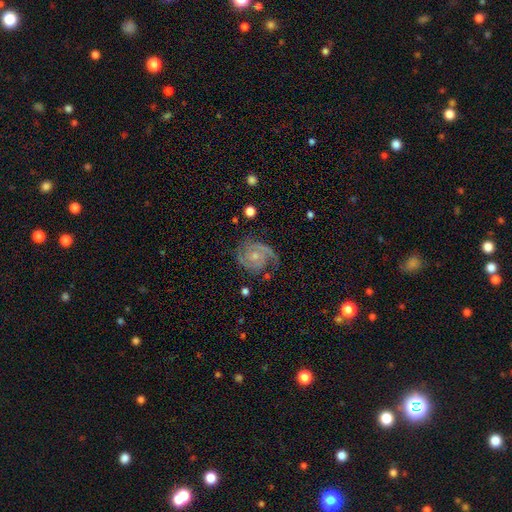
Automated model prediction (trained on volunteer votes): smooth_or_featured: featured or disk (p=0.89) [alt: star or artifact p=0.05]
disk_edge_on: no (p=0.98) [alt: yes p=0.02]
bar: no (p=0.71) [alt: weak p=0.24]
has_spiral_arms: yes (p=0.98) [alt: no p=0.02]
spiral_winding: tight (p=0.54) [alt: medium p=0.39]
spiral_arm_count: 2 (p=0.74) [alt: 3 p=0.13]
bulge_size: small (p=0.58) [alt: moderate p=0.36]
merging: none (p=0.74) [alt: minor disturbance p=0.18]